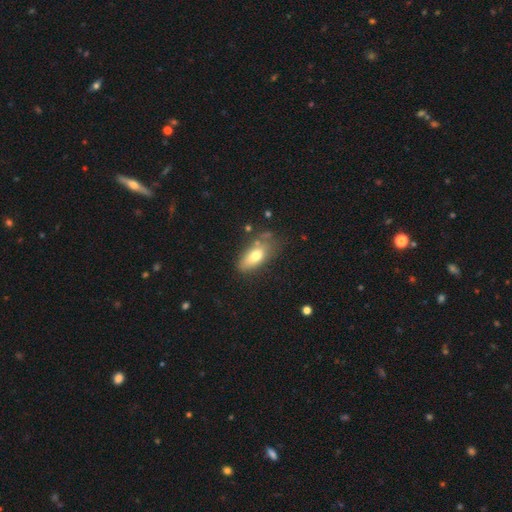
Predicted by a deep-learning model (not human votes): Smooth or featured?
  - smooth: 72% *
  - featured or disk: 20%
  - star or artifact: 8%
How rounded?
  - in between: 86% *
  - cigar-shaped: 10%
  - round: 5%
Merging?
  - none: 58% *
  - minor disturbance: 26%
  - major disturbance: 10%
  - merger: 6%